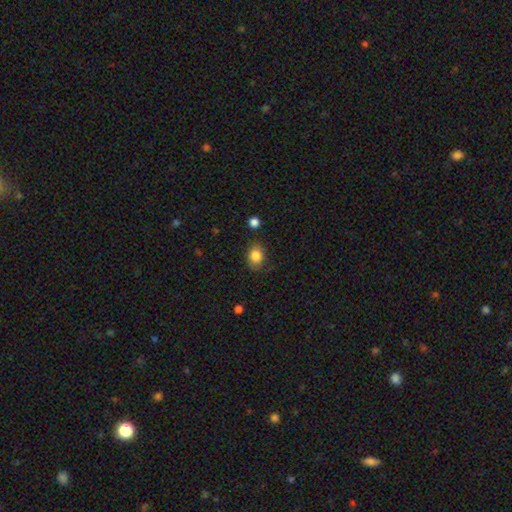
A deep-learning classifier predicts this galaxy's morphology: This appears to be a smooth galaxy with no disk features (84%) that is in between round and cigar-shaped (62%). Merging: none (82%).